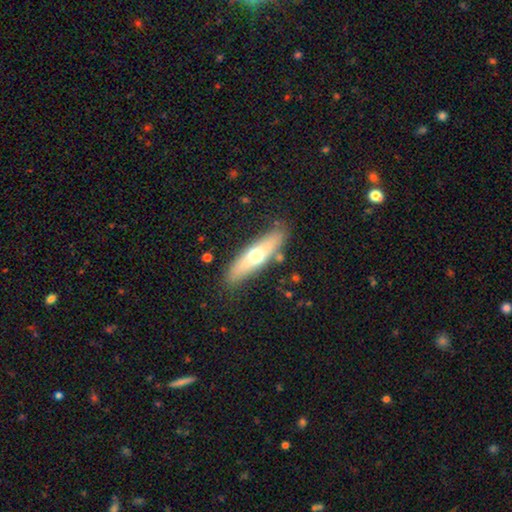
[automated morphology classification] Overall: smooth (52%; featured or disk 42%). How rounded: cigar-shaped (67%; in between 31%). Merging: none (84%).